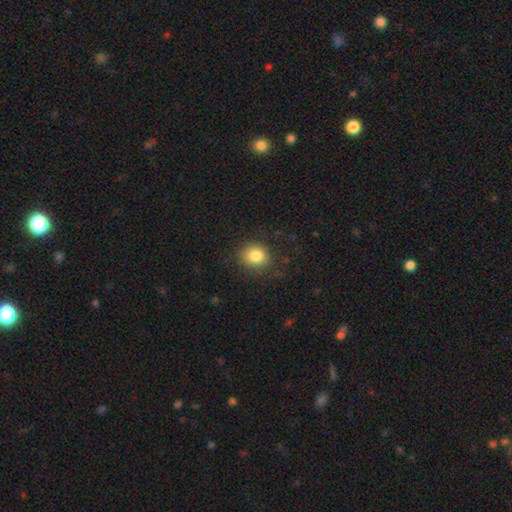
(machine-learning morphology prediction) smooth_or_featured: smooth (p=0.83) [alt: star or artifact p=0.10]
how_rounded: round (p=0.71) [alt: in between p=0.28]
merging: none (p=0.83) [alt: minor disturbance p=0.11]